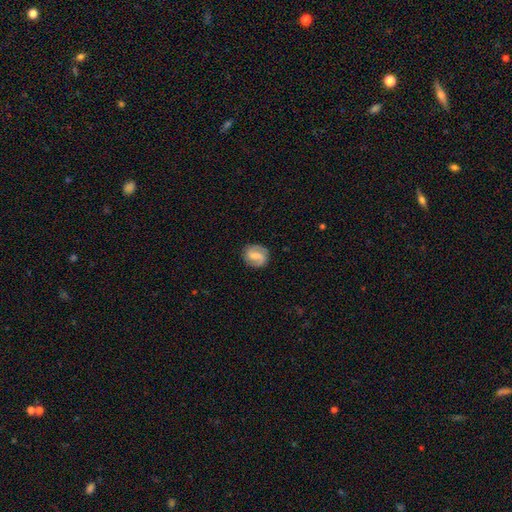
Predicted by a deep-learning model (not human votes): A featured or disk galaxy (62%) with a weak bar (48%), 2 (85%) medium (43%) spiral arms (89%) and no central bulge (31%).

Vote fractions:
- Smooth or featured? featured or disk: 62% / smooth: 31% / star or artifact: 7%
- Edge-on disk? no: 98% / yes: 2%
- Bar? weak: 48% / strong: 31% / no: 21%
- Spiral arms? yes: 89% / no: 11%
- Spiral winding? medium: 43% / loose: 31% / tight: 25%
- Spiral arm count? 2: 85% / 1: 6% / can't tell: 6% / 3: 1% / 4: 1% / more than 4: 1%
- Bulge size? none: 31% / small: 29% / moderate: 29% / large: 9% / dominant: 2%
- Merging? none: 83% / minor disturbance: 12% / major disturbance: 4% / merger: 1%